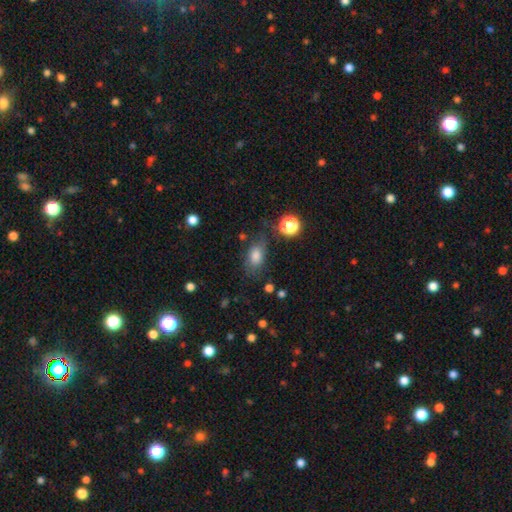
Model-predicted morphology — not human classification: smooth 73%, featured or disk 14%, star or artifact 13%. Down the decision tree: how rounded — in between (82%); merging — none (67%).